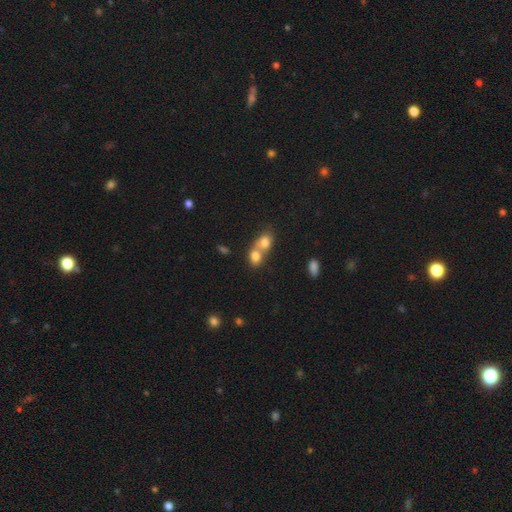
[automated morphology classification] Smooth or featured?
  - smooth: 77% *
  - featured or disk: 12%
  - star or artifact: 10%
How rounded?
  - in between: 50% *
  - round: 48%
  - cigar-shaped: 2%
Merging?
  - merger: 70% *
  - none: 23%
  - minor disturbance: 5%
  - major disturbance: 3%